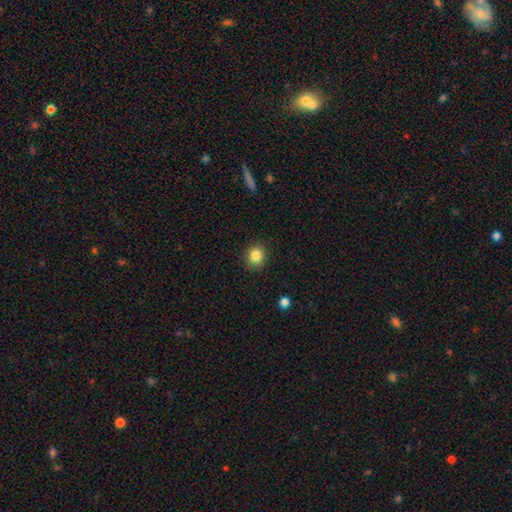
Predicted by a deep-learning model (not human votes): Smooth or featured: smooth — 85% (star or artifact — 10%)
How rounded: round — 72% (in between — 27%)
Merging: none — 88% (minor disturbance — 8%)